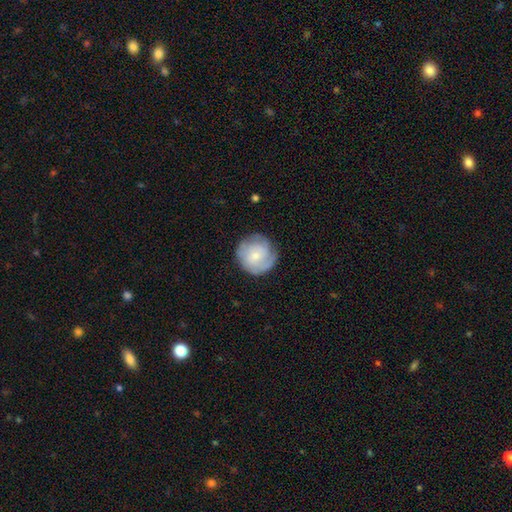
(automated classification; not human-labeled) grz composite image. It shows a smooth galaxy with no disk features (49%). Merging: none (75%).